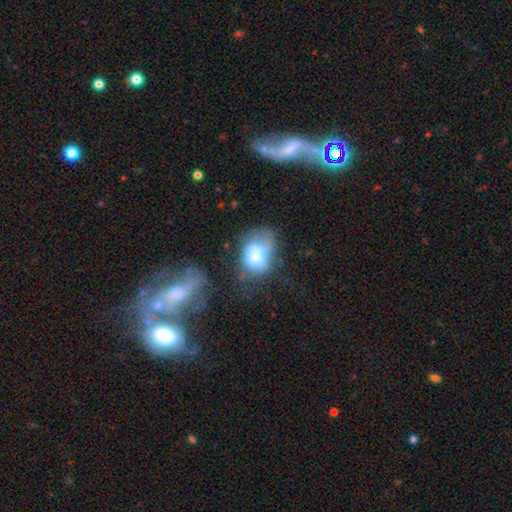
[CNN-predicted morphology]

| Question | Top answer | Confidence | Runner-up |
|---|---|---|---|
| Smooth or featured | smooth | 64% | featured or disk (26%) |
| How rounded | in between | 70% | round (29%) |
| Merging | major disturbance | 35% | minor disturbance (27%) |